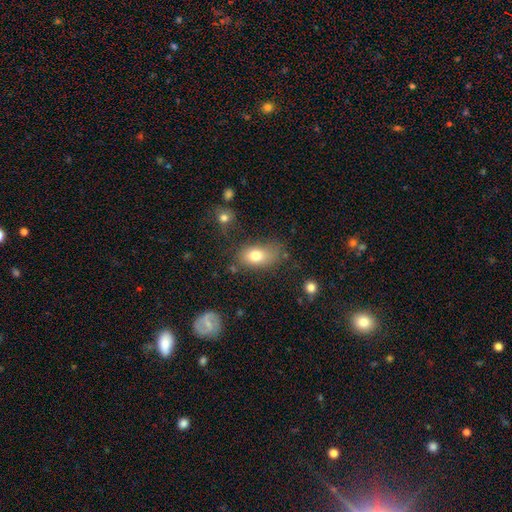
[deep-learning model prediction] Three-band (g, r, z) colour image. It shows a smooth galaxy with no disk features (77%) that is in between round and cigar-shaped (87%). Merging: none (62%).